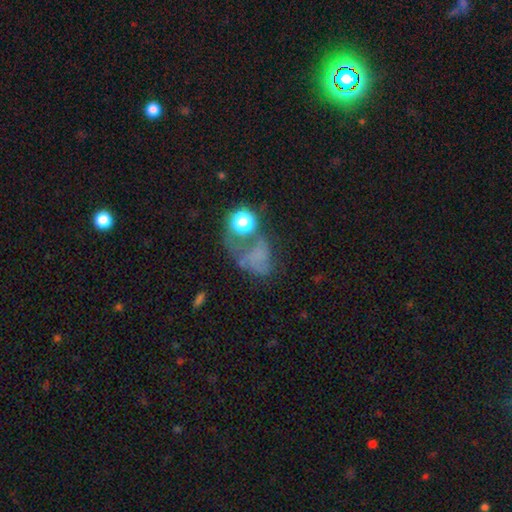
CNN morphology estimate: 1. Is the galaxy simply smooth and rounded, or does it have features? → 45% smooth, 30% featured or disk, 25% star or artifact.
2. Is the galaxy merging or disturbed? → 40% major disturbance, 26% none, 18% merger, 16% minor disturbance.